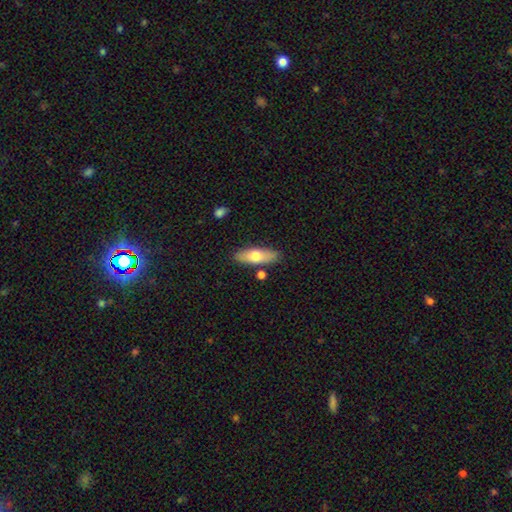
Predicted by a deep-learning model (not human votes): Smooth or featured? smooth (65%)
How rounded? in between (61%)
Merging? none (83%)